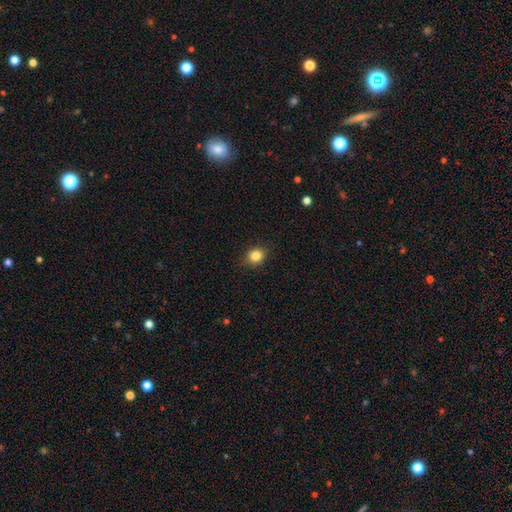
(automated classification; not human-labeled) Morphology: type=smooth (84%); roundness=round (70%); merging=none (88%).